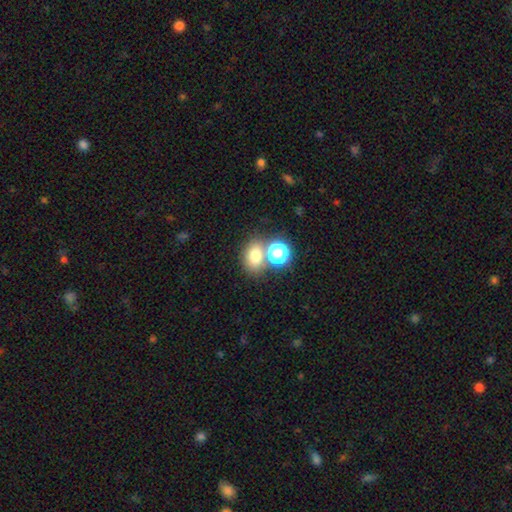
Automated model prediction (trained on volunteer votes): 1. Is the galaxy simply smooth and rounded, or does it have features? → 72% smooth, 17% star or artifact, 10% featured or disk.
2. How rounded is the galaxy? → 56% in between, 43% round, 1% cigar-shaped.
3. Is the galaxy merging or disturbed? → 57% none, 28% merger, 10% minor disturbance, 4% major disturbance.